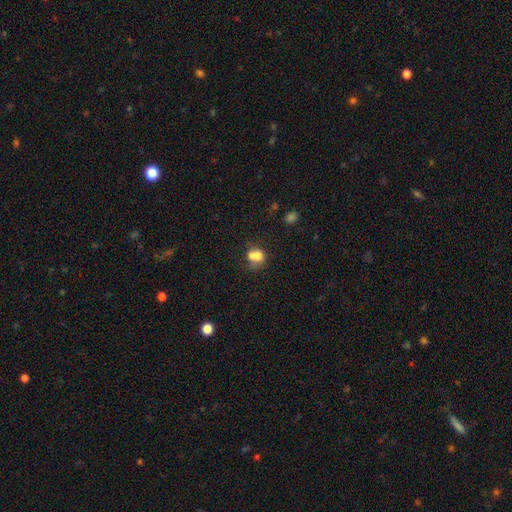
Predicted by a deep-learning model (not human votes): This appears to be a smooth galaxy with no disk features (71%) that is round (62%). Merging: merger (59%).